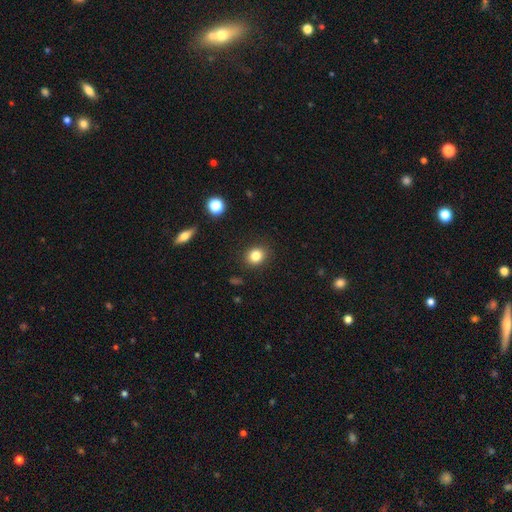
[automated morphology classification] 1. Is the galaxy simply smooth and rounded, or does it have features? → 83% smooth, 11% star or artifact, 6% featured or disk.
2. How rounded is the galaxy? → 73% round, 26% in between, 1% cigar-shaped.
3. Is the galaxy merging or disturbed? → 89% none, 8% minor disturbance, 2% major disturbance, 1% merger.